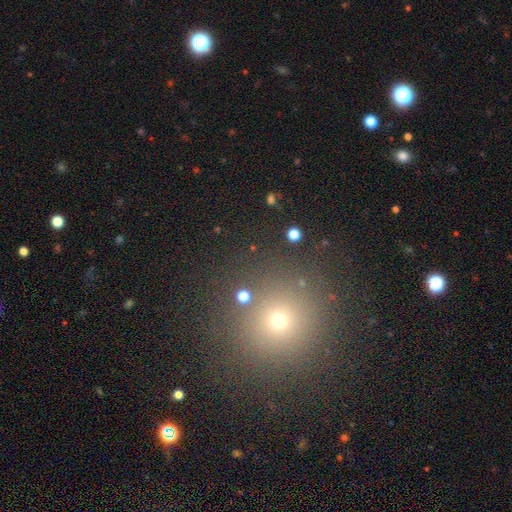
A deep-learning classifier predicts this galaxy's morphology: Overall: smooth (53%; star or artifact 39%). How rounded: round (94%). Merging: none (88%).